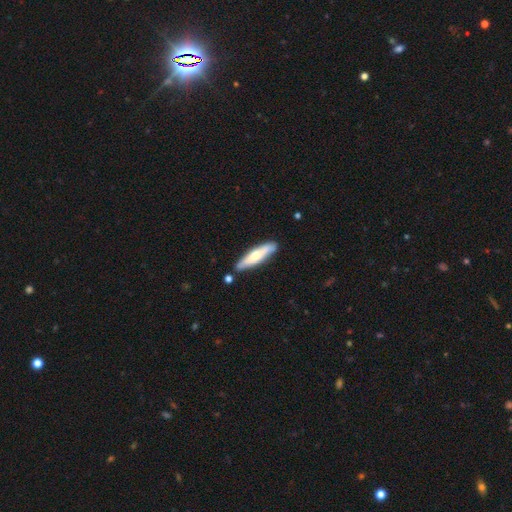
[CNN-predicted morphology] smooth-or-featured: smooth: 53% | featured or disk: 42% | star or artifact: 5%
  how-rounded: cigar-shaped: 78% | in between: 21% | round: 1%
  merging: none: 80% | minor disturbance: 13% | merger: 5% | major disturbance: 2%